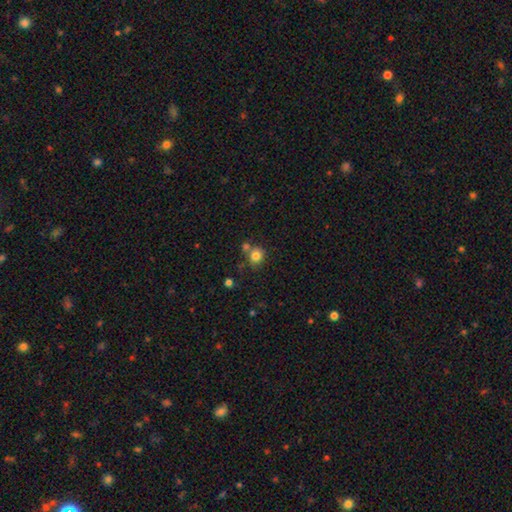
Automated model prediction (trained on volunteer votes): Morphology: type=smooth (81%); roundness=round (79%); merging=none (60%).